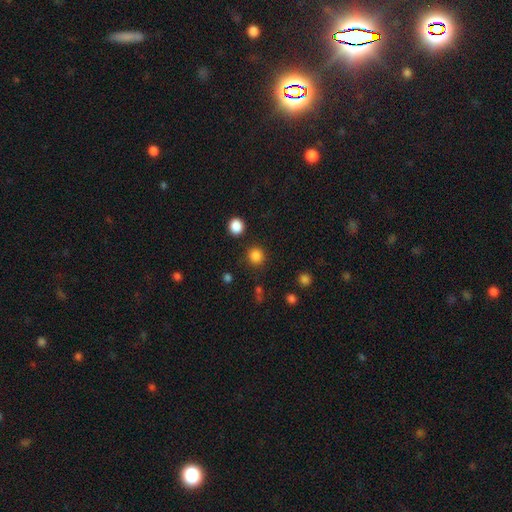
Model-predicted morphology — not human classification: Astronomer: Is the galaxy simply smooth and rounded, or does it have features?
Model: smooth — 84%.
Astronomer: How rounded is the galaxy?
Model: round — 92%.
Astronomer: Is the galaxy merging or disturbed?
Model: none — 88%.